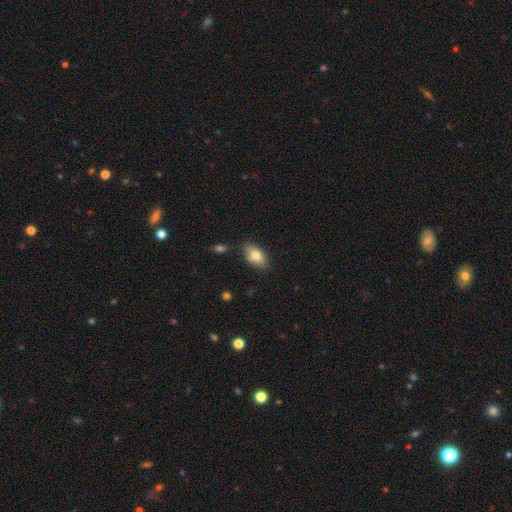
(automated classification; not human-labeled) Smooth or featured? smooth (80%)
How rounded? in between (91%)
Merging? none (83%)